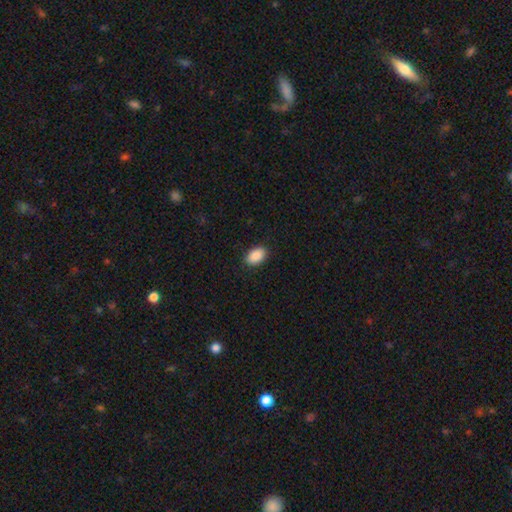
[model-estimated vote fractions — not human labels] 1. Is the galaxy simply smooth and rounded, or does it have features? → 90% smooth, 7% star or artifact, 3% featured or disk.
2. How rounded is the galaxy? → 92% in between, 7% round, 1% cigar-shaped.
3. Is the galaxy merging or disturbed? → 89% none, 8% minor disturbance, 2% major disturbance, 1% merger.